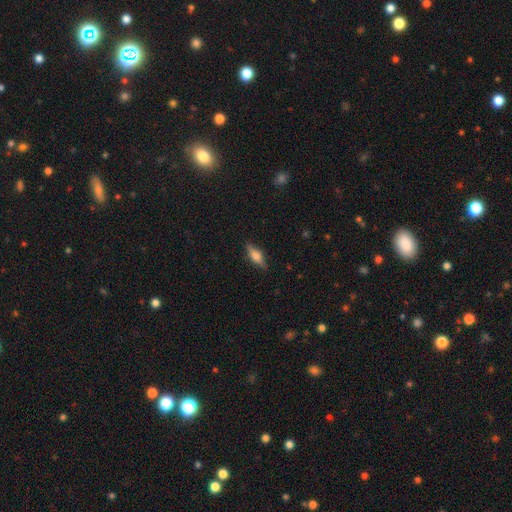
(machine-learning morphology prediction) Overall: smooth (53%; featured or disk 40%). How rounded: in between (57%; cigar-shaped 40%). Merging: none (84%).